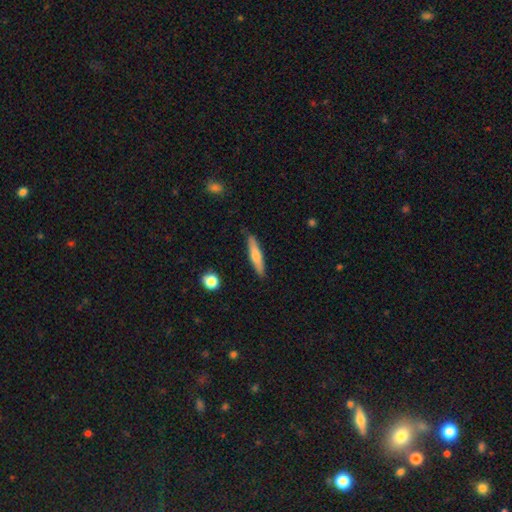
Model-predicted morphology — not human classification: Smooth or featured: smooth — 54% (featured or disk — 40%)
How rounded: cigar-shaped — 87% (in between — 11%)
Merging: none — 87% (minor disturbance — 9%)